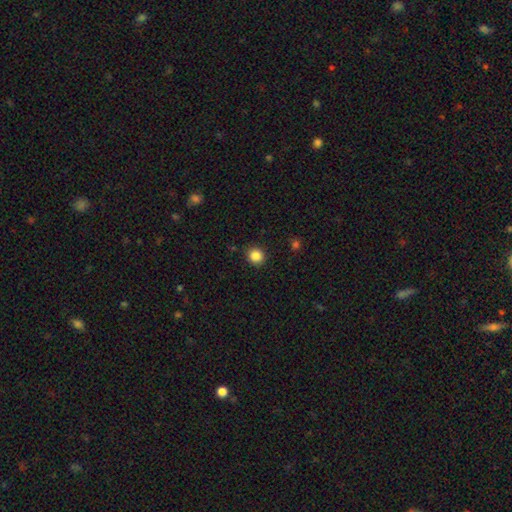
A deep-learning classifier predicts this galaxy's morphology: A smooth galaxy with no disk features (86%) that is round (90%).

Vote fractions:
- Smooth or featured? smooth: 86% / star or artifact: 11% / featured or disk: 3%
- How rounded? round: 90% / in between: 9% / cigar-shaped: 1%
- Merging? none: 90% / minor disturbance: 7% / major disturbance: 2% / merger: 1%